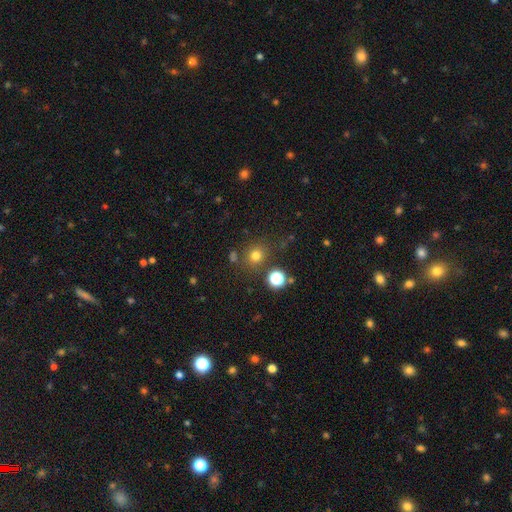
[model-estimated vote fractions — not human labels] This appears to be a smooth galaxy with no disk features (74%) that is round (85%). Merging: none (78%).